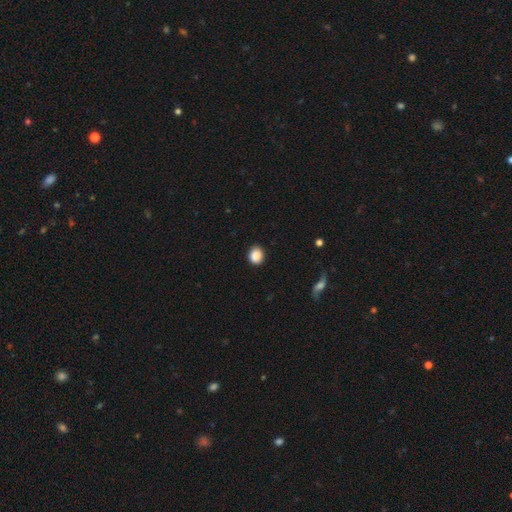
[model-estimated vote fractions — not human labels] Smooth or featured? smooth (88%)
How rounded? round (70%)
Merging? none (90%)